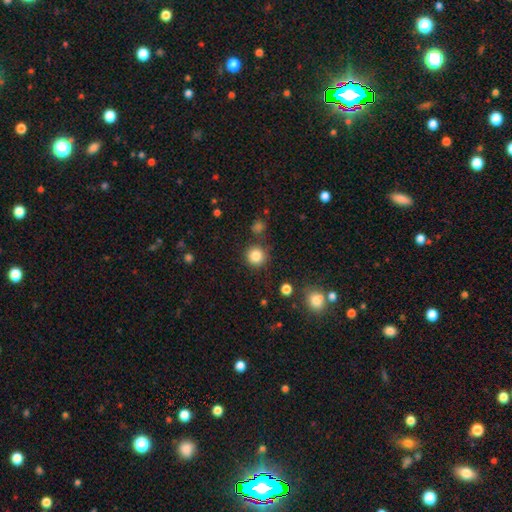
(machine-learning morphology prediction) smooth-or-featured: smooth: 84% | star or artifact: 11% | featured or disk: 4%
  how-rounded: round: 94% | in between: 5% | cigar-shaped: 1%
  merging: none: 85% | minor disturbance: 8% | merger: 4% | major disturbance: 3%